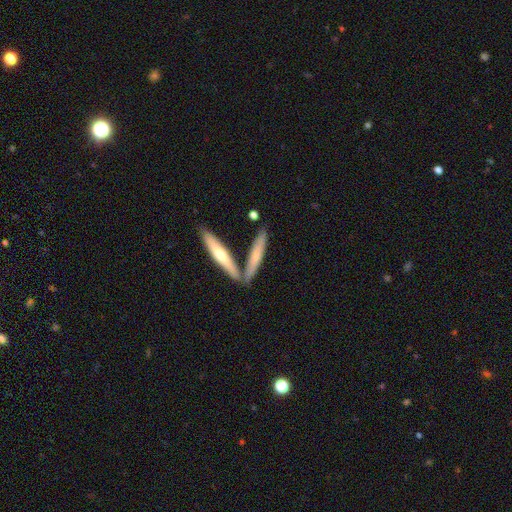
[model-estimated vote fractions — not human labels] The model was most divided on "smooth or featured": smooth: 55%, featured or disk: 40%, star or artifact: 6%. More confident: how rounded — cigar-shaped (87%); merging — none (67%).